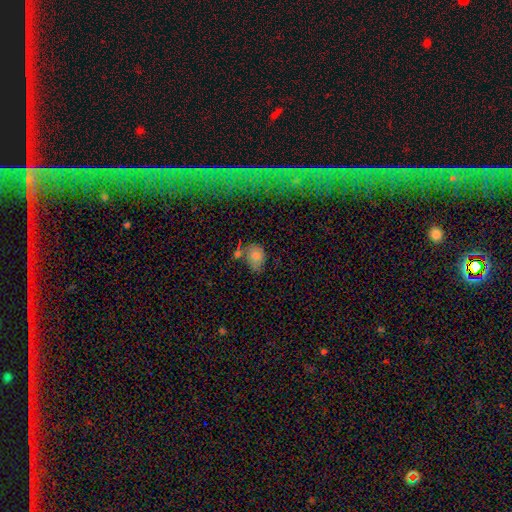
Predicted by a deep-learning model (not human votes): smooth-or-featured: smooth: 72% | featured or disk: 17% | star or artifact: 11%
  how-rounded: in between: 53% | round: 45% | cigar-shaped: 2%
  merging: none: 48% | minor disturbance: 24% | merger: 19% | major disturbance: 9%